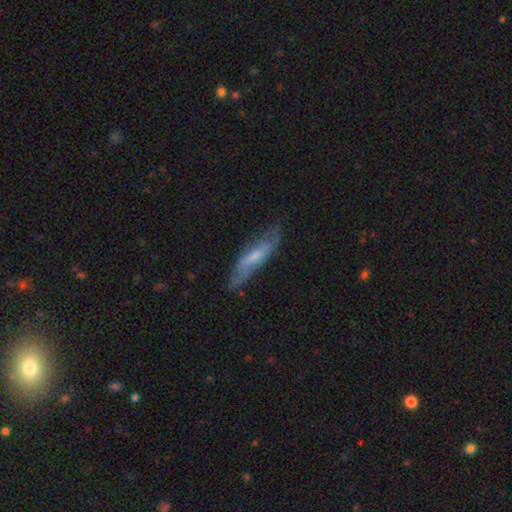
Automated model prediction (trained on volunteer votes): Overall: featured or disk (61%; smooth 31%). Edge-on disk: no (54%; yes 46%). Merging: none (74%).